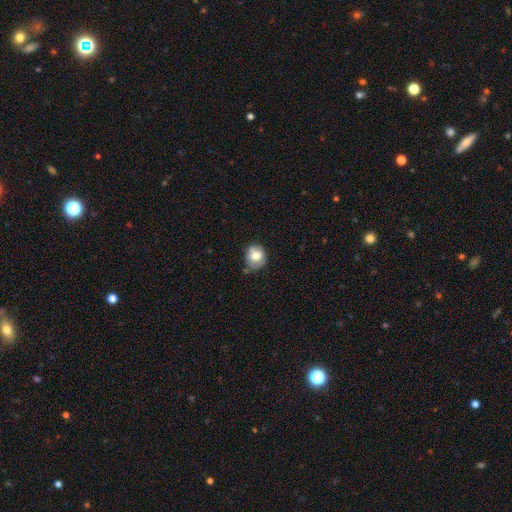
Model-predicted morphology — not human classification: Q: Smooth or featured?
A: smooth (70%); runner-up: featured or disk (21%)
Q: How rounded?
A: round (72%); runner-up: in between (27%)
Q: Merging?
A: none (63%); runner-up: minor disturbance (25%)